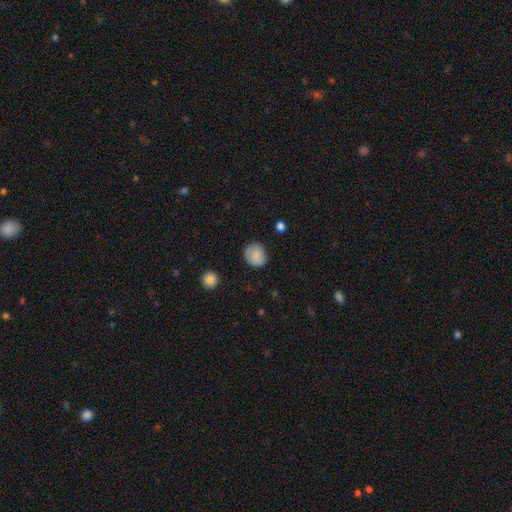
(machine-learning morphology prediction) Smooth or featured?
  - smooth: 83% *
  - featured or disk: 9%
  - star or artifact: 8%
How rounded?
  - round: 76% *
  - in between: 23%
  - cigar-shaped: 1%
Merging?
  - none: 79% *
  - minor disturbance: 16%
  - major disturbance: 4%
  - merger: 1%